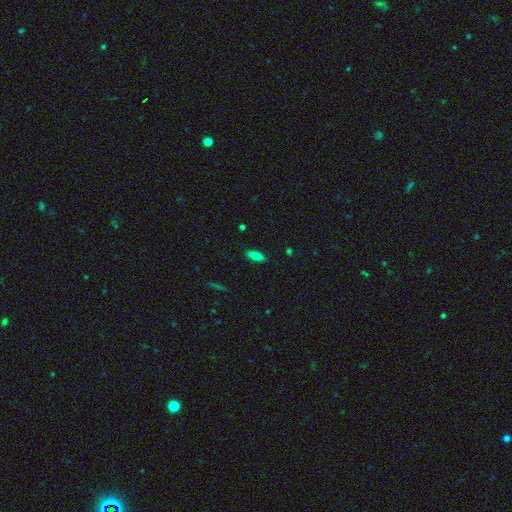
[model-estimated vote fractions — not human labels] The model was most divided on "how rounded": in between: 79%, cigar-shaped: 18%, round: 3%. More confident: merging — none (85%); smooth or featured — smooth (77%).